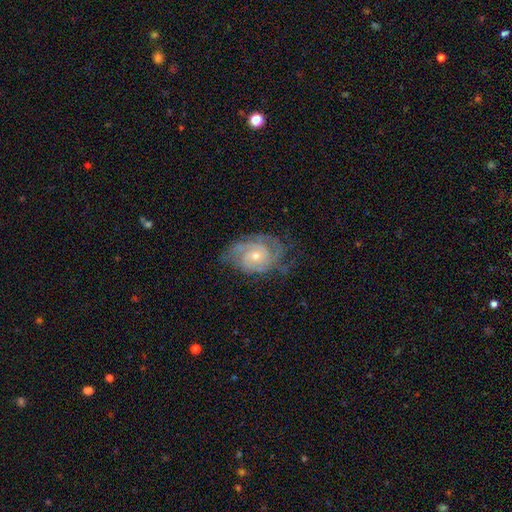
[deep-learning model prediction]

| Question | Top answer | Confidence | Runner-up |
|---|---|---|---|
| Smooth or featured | featured or disk | 86% | smooth (8%) |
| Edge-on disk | no | 97% | yes (3%) |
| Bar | no | 71% | weak (25%) |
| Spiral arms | yes | 96% | no (4%) |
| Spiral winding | tight | 64% | medium (30%) |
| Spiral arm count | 2 | 35% | 3 (25%) |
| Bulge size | small | 52% | moderate (45%) |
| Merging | none | 67% | minor disturbance (22%) |